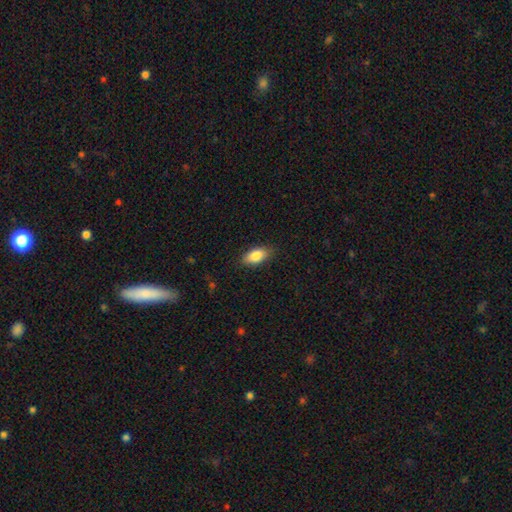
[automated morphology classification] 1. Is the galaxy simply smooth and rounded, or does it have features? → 85% smooth, 8% featured or disk, 7% star or artifact.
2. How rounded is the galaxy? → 90% in between, 6% cigar-shaped, 4% round.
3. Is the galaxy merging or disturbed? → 83% none, 13% minor disturbance, 3% major disturbance, 1% merger.